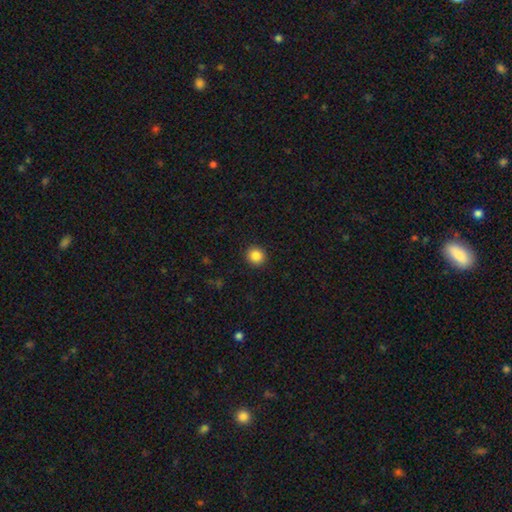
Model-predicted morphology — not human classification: A smooth galaxy with no disk features (87%) that is round (92%). Merging: none (92%).